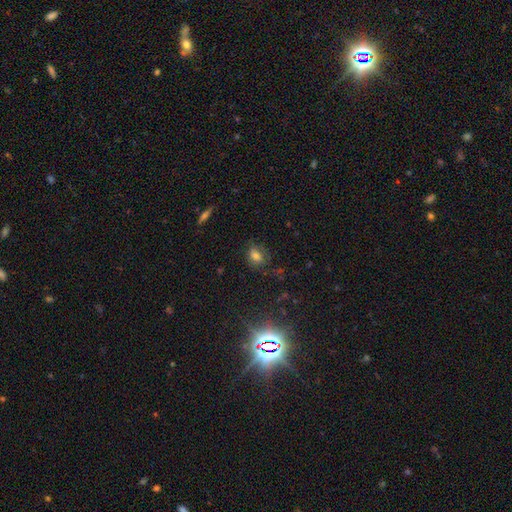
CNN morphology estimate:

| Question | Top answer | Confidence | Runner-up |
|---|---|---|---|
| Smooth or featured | smooth | 71% | star or artifact (18%) |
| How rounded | in between | 62% | round (35%) |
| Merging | none | 65% | minor disturbance (23%) |